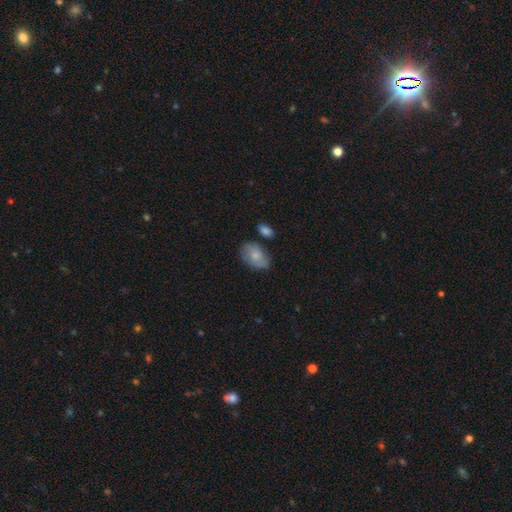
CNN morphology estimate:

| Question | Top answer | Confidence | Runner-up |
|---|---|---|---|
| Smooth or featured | smooth | 67% | featured or disk (27%) |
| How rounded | in between | 87% | round (12%) |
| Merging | none | 65% | minor disturbance (22%) |